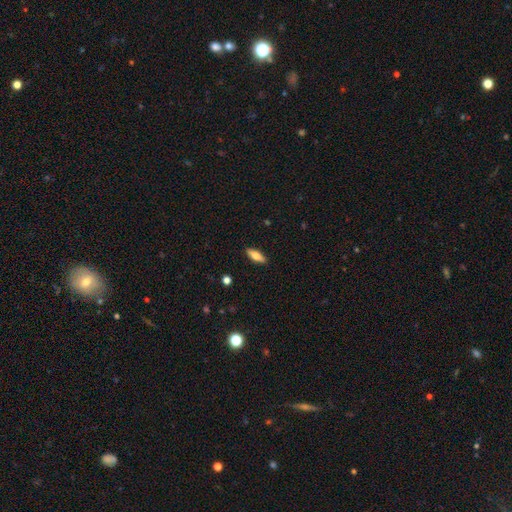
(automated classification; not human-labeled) This appears to be a smooth galaxy with no disk features (72%) that is in between round and cigar-shaped (62%). Merging: none (89%).